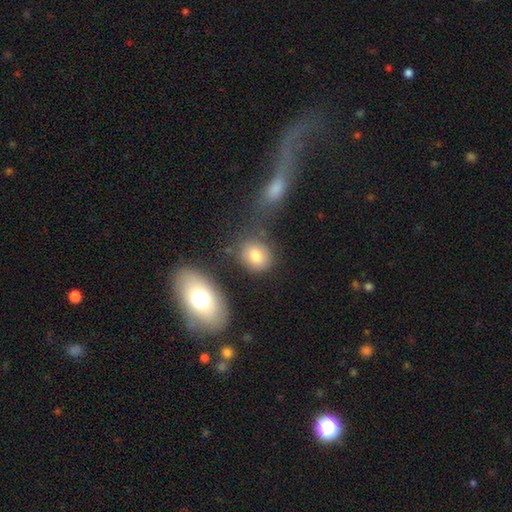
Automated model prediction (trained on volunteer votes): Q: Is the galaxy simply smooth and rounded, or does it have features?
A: smooth — 78%.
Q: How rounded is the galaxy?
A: round — 64%.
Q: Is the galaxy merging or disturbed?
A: none — 72%.